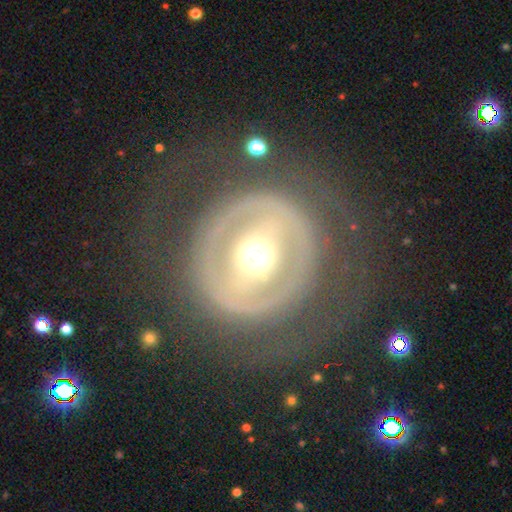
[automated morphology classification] Overall: featured or disk (71%). Edge-on disk: no (93%). Bar: no (45%; strong 32%). Spiral arms: no (75%). Bulge size: moderate (61%; large 27%). Merging: none (72%).